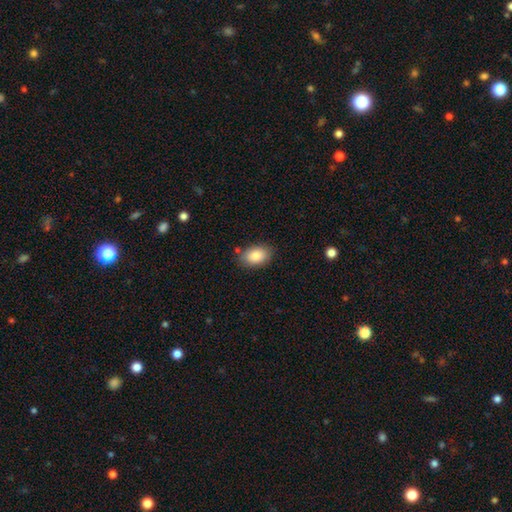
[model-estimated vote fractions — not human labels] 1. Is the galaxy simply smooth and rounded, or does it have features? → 86% smooth, 7% featured or disk, 7% star or artifact.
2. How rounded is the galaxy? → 89% in between, 10% round, 1% cigar-shaped.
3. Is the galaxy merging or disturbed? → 81% none, 13% minor disturbance, 3% major disturbance, 3% merger.